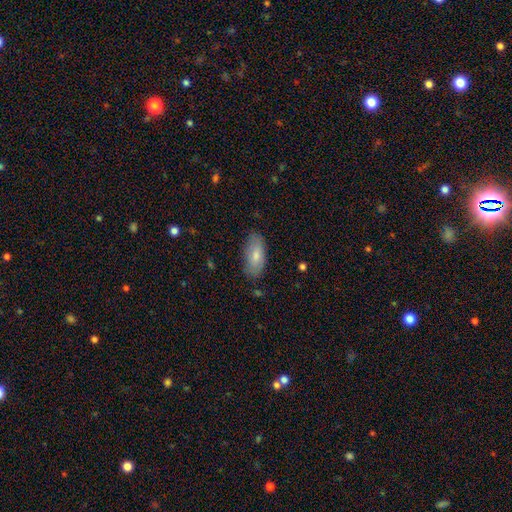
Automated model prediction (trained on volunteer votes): This is likely a smooth galaxy (72%). How rounded: clearly in between (88%). Merging: clearly none (81%).